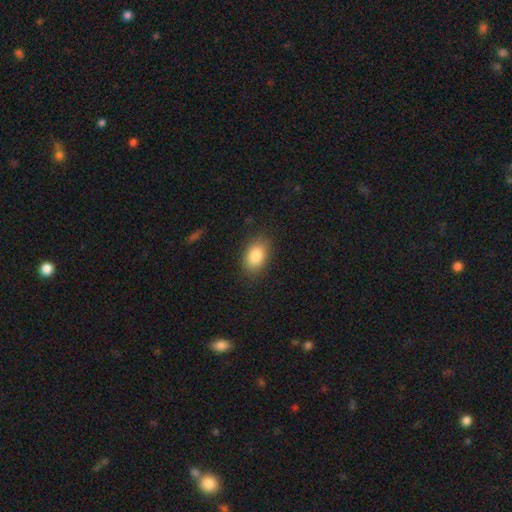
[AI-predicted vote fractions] Smooth or featured?
  - smooth: 85% *
  - star or artifact: 7%
  - featured or disk: 7%
How rounded?
  - in between: 88% *
  - round: 11%
  - cigar-shaped: 1%
Merging?
  - none: 85% *
  - minor disturbance: 11%
  - major disturbance: 3%
  - merger: 1%